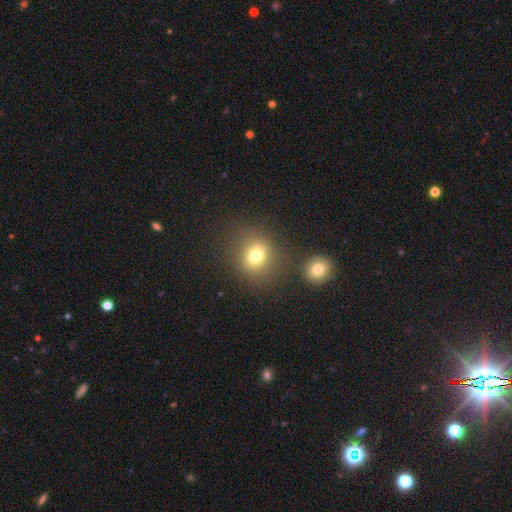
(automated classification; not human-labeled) The model was most divided on "how rounded": round: 75%, in between: 24%, cigar-shaped: 1%. More confident: smooth or featured — smooth (75%); merging — none (74%).